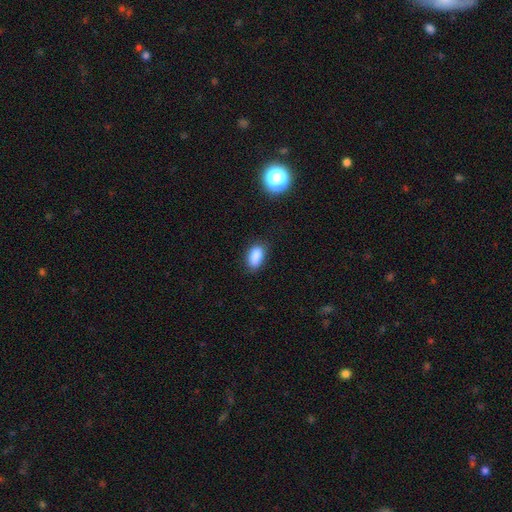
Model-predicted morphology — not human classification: smooth-or-featured: smooth: 87% | star or artifact: 9% | featured or disk: 4%
  how-rounded: in between: 90% | round: 6% | cigar-shaped: 4%
  merging: none: 78% | minor disturbance: 17% | major disturbance: 3% | merger: 2%